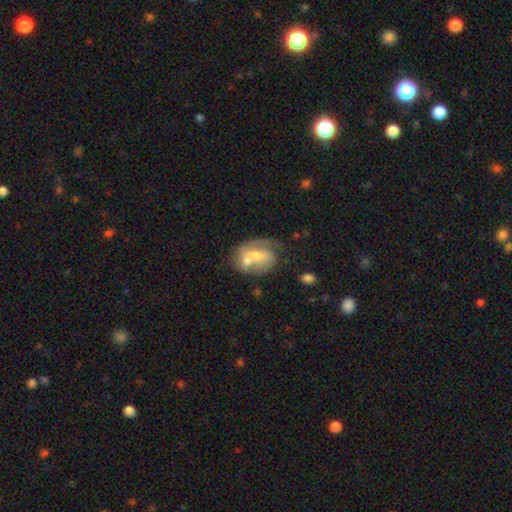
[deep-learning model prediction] Smooth or featured: featured or disk — 56% (smooth — 36%)
Edge-on disk: no — 96% (yes — 4%)
Bar: no — 55% (weak — 32%)
Spiral arms: yes — 60% (no — 40%)
Bulge size: moderate — 46% (small — 37%)
Merging: merger — 34% (none — 31%)